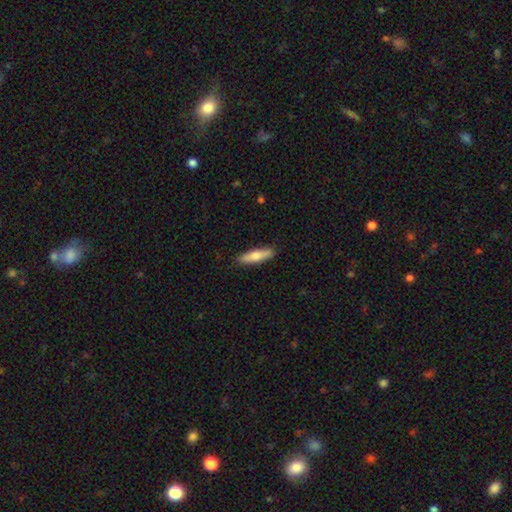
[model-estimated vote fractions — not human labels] Smooth or featured? smooth (65%)
How rounded? cigar-shaped (75%)
Merging? none (89%)